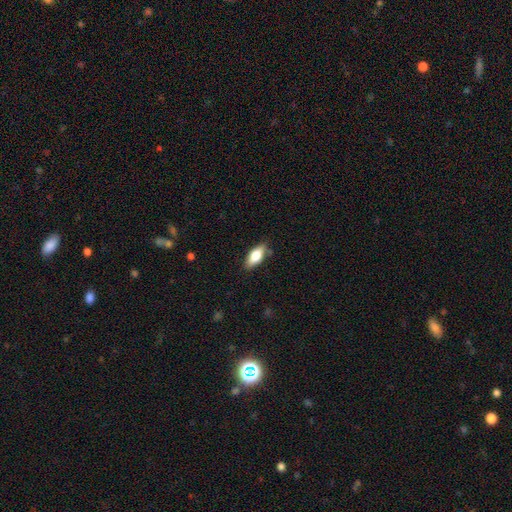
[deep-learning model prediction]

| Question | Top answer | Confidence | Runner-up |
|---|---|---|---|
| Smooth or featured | smooth | 71% | featured or disk (22%) |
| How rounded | in between | 80% | cigar-shaped (17%) |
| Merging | none | 80% | minor disturbance (15%) |